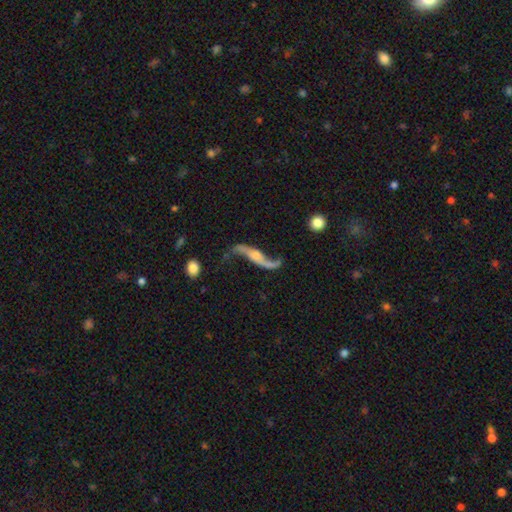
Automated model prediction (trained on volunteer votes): smooth_or_featured: featured or disk (p=0.87) [alt: smooth p=0.07]
disk_edge_on: no (p=0.81) [alt: yes p=0.19]
bar: no (p=0.56) [alt: weak p=0.27]
has_spiral_arms: yes (p=0.95) [alt: no p=0.05]
spiral_winding: loose (p=0.94) [alt: medium p=0.04]
spiral_arm_count: 2 (p=0.93) [alt: 1 p=0.03]
bulge_size: small (p=0.38) [alt: moderate p=0.37]
merging: none (p=0.64) [alt: minor disturbance p=0.19]